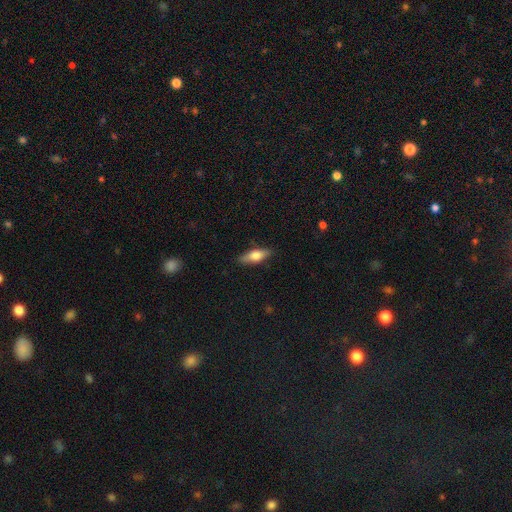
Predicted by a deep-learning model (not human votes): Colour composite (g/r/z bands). It shows a smooth galaxy with no disk features (65%) that is in between round and cigar-shaped (64%). Merging: none (85%).